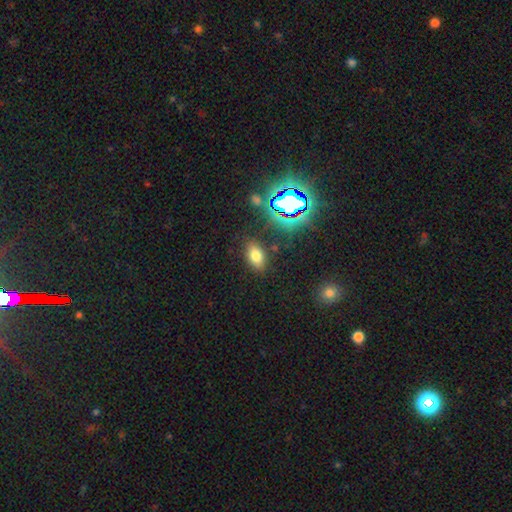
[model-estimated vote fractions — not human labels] Smooth or featured: smooth — 69% (star or artifact — 21%)
How rounded: in between — 88% (round — 9%)
Merging: none — 84% (minor disturbance — 10%)